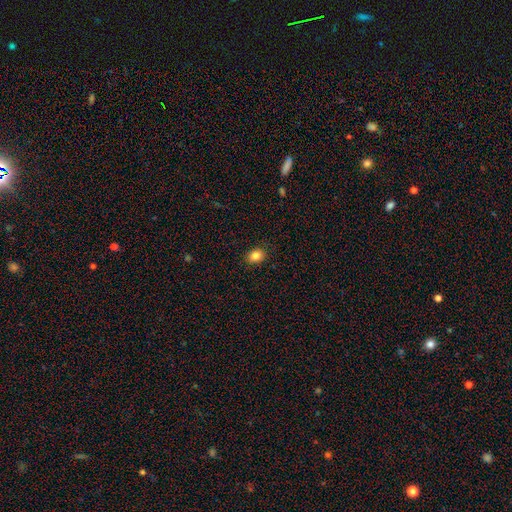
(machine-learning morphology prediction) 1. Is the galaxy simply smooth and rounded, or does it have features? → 85% smooth, 10% star or artifact, 5% featured or disk.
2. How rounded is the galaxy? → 61% in between, 38% round, 1% cigar-shaped.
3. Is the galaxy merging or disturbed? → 88% none, 9% minor disturbance, 2% major disturbance, 1% merger.